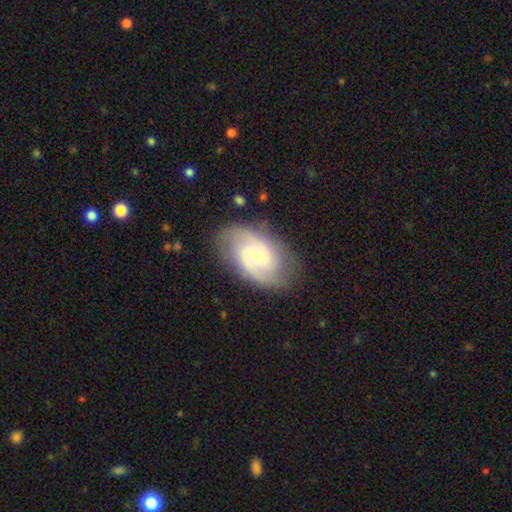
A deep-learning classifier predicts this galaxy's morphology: Q: Smooth or featured?
A: featured or disk (80%); runner-up: smooth (15%)
Q: Edge-on disk?
A: no (97%); runner-up: yes (3%)
Q: Bar?
A: no (53%); runner-up: weak (40%)
Q: Spiral arms?
A: yes (95%); runner-up: no (5%)
Q: Spiral winding?
A: medium (46%); runner-up: tight (41%)
Q: Spiral arm count?
A: 2 (66%); runner-up: can't tell (14%)
Q: Bulge size?
A: small (65%); runner-up: moderate (29%)
Q: Merging?
A: none (79%); runner-up: minor disturbance (15%)